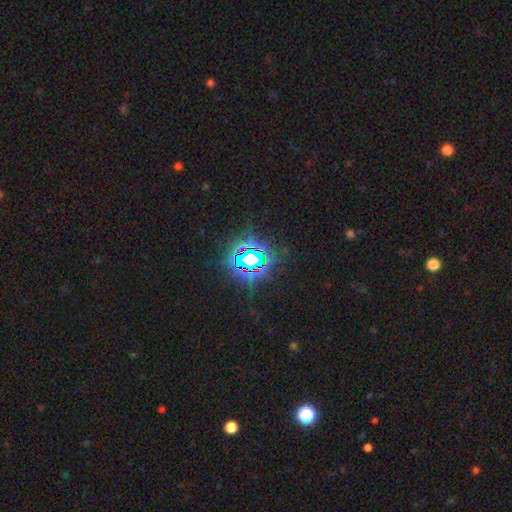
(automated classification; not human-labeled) This appears to be a star or artifact, not a galaxy (78%).